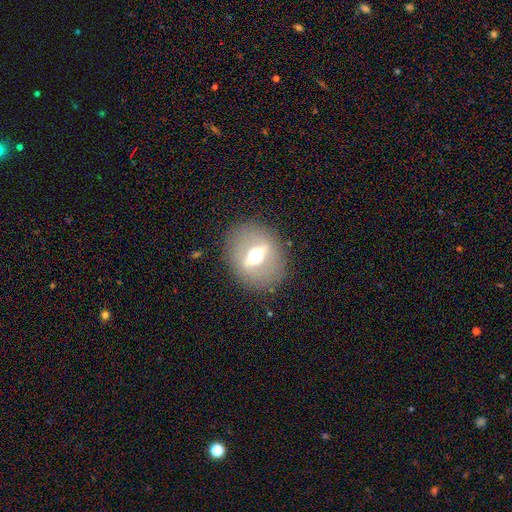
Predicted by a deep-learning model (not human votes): The model was most divided on "edge-on disk": no: 56%, yes: 44%. More confident: merging — none (85%); smooth or featured — featured or disk (70%).